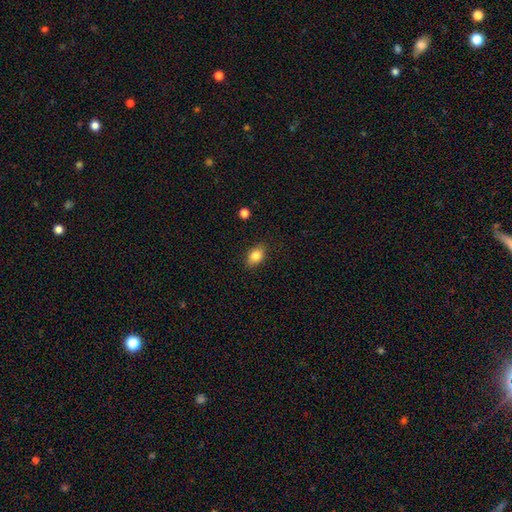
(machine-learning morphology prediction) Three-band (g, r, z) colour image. It shows a smooth galaxy with no disk features (83%) that is in between round and cigar-shaped (80%). Merging: none (85%).